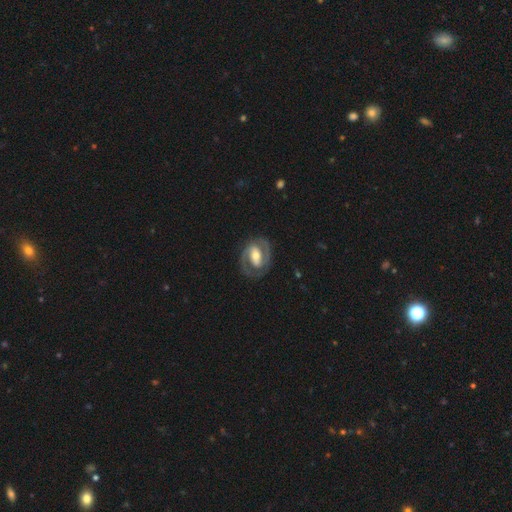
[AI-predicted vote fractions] Smooth or featured: featured or disk — 84% (smooth — 12%)
Edge-on disk: no — 97% (yes — 3%)
Bar: strong — 44% (weak — 34%)
Spiral arms: yes — 89% (no — 11%)
Spiral winding: medium — 46% (tight — 42%)
Spiral arm count: 2 — 89% (can't tell — 4%)
Bulge size: moderate — 65% (small — 22%)
Merging: none — 81% (minor disturbance — 12%)